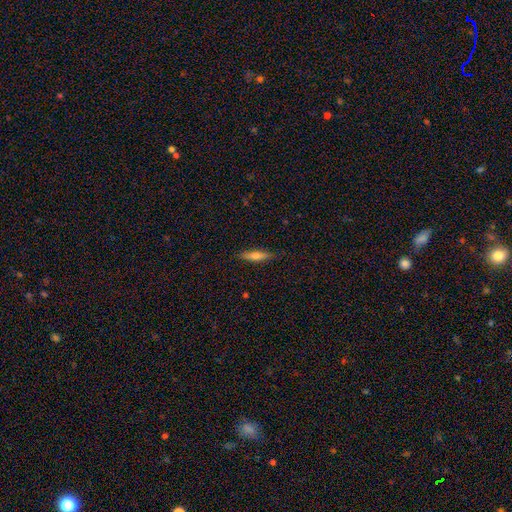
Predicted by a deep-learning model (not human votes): The model was most divided on "smooth or featured": smooth: 57%, featured or disk: 36%, star or artifact: 7%. More confident: merging — none (87%); how rounded — cigar-shaped (79%).